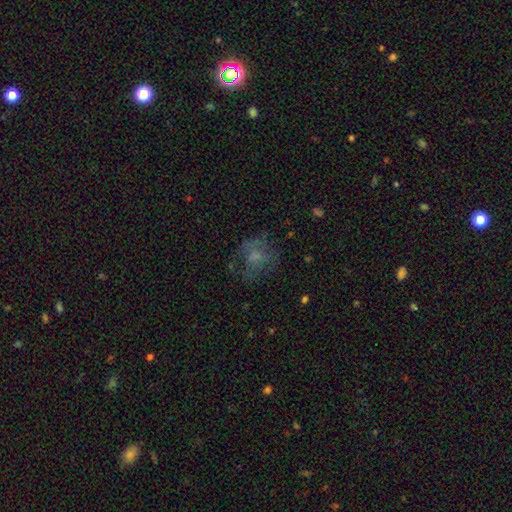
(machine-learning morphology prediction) This is possibly a smooth galaxy (48%). Merging: possibly none (54%).